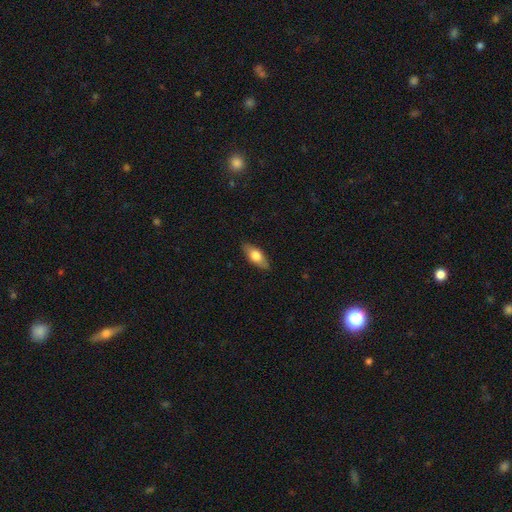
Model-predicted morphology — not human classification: Overall: smooth (69%). How rounded: in between (78%). Merging: none (87%).